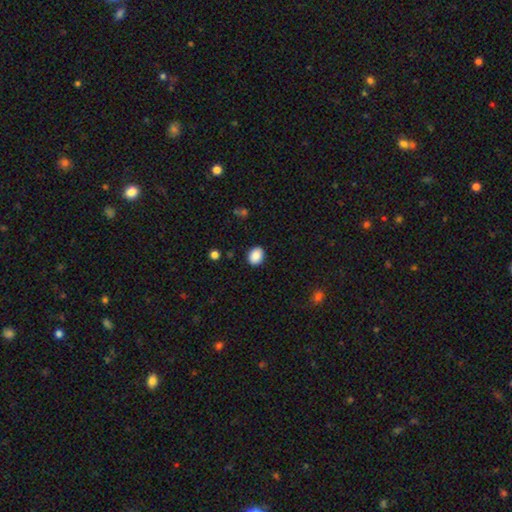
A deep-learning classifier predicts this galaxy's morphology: type=smooth (88%); roundness=in between (53%); merging=none (89%).